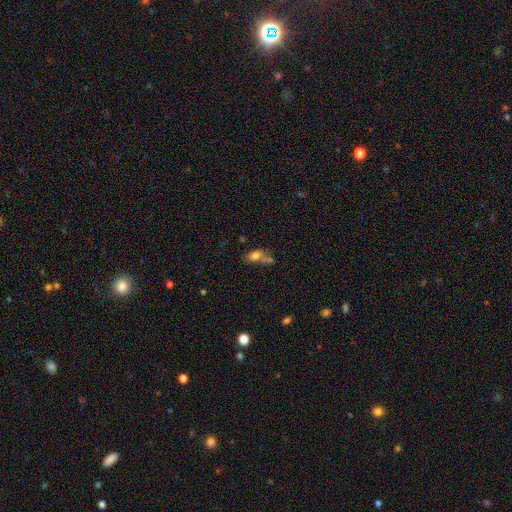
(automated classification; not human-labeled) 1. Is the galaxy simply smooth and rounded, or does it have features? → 69% smooth, 19% featured or disk, 12% star or artifact.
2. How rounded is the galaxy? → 77% in between, 12% round, 11% cigar-shaped.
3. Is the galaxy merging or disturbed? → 39% merger, 34% none, 16% minor disturbance, 11% major disturbance.